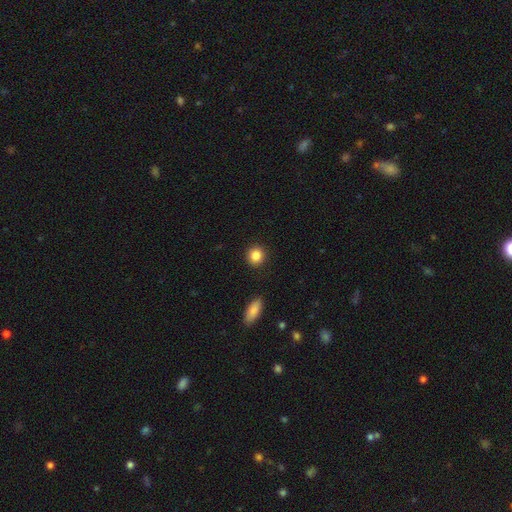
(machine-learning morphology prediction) This is clearly a smooth galaxy (86%). How rounded: clearly round (89%). Merging: clearly none (91%).